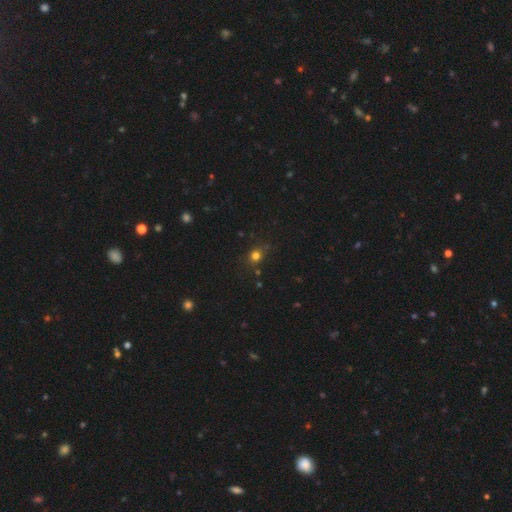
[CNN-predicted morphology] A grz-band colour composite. It shows a smooth galaxy with no disk features (74%) that is round (82%). Merging: none (80%).